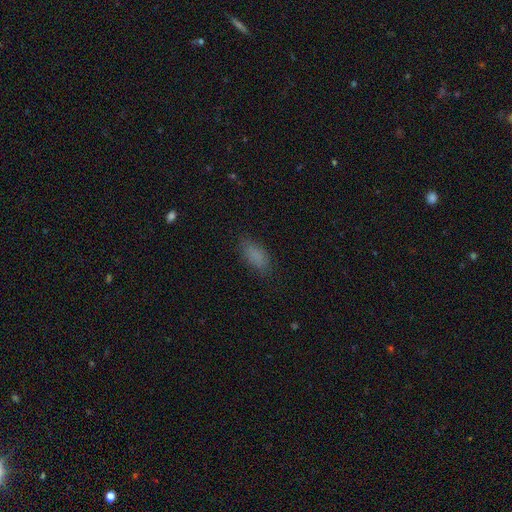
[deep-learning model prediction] smooth 84%, star or artifact 10%, featured or disk 6%. Down the decision tree: how rounded — in between (85%); merging — none (81%).